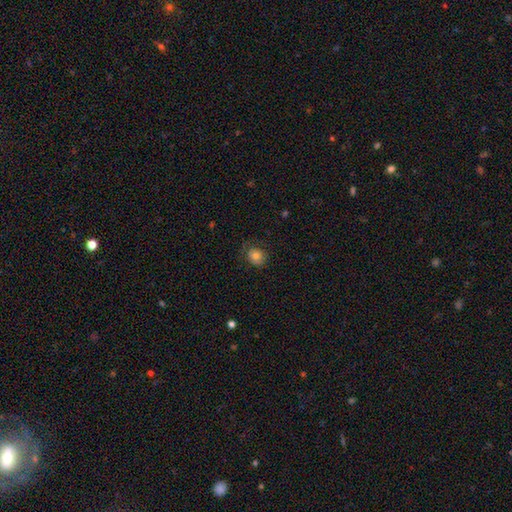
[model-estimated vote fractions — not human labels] Smooth or featured? Predicted: smooth (p=0.74). How rounded? Predicted: round (p=0.73). Merging? Predicted: none (p=0.70).